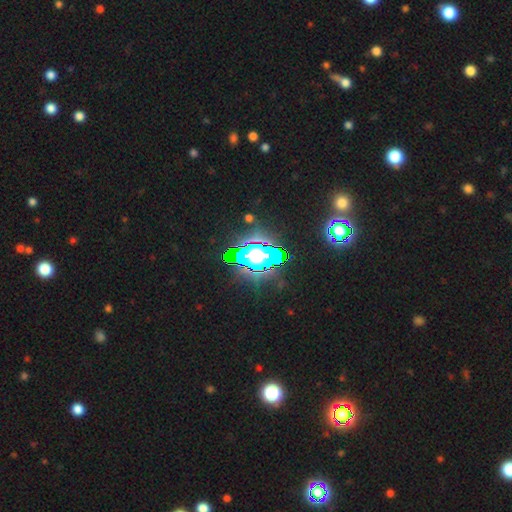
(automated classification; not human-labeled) The model was most divided on "smooth or featured": star or artifact: 59%, smooth: 24%, featured or disk: 17%.